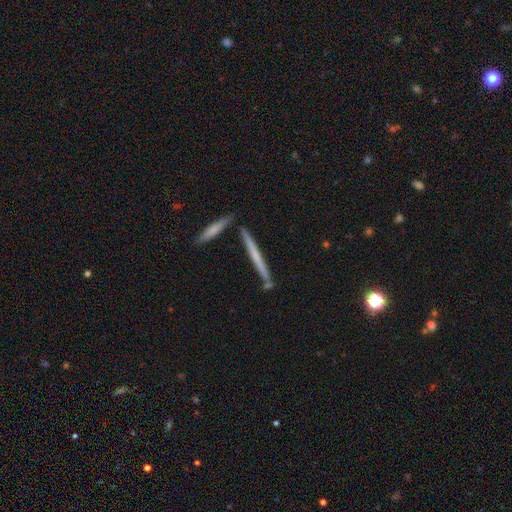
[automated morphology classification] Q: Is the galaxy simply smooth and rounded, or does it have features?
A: featured or disk — 48%.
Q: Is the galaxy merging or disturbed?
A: none — 82%.